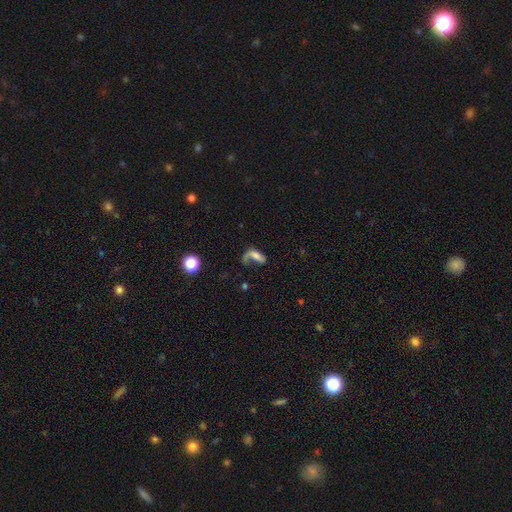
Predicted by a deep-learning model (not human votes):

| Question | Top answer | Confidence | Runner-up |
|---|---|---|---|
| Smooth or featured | smooth | 46% | featured or disk (42%) |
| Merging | major disturbance | 42% | none (30%) |